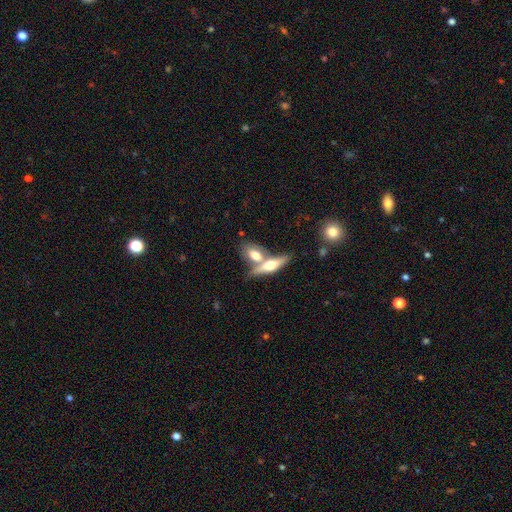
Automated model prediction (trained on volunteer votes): Smooth or featured? Predicted: smooth (p=0.56). How rounded? Predicted: in between (p=0.65). Merging? Predicted: merger (p=0.51).